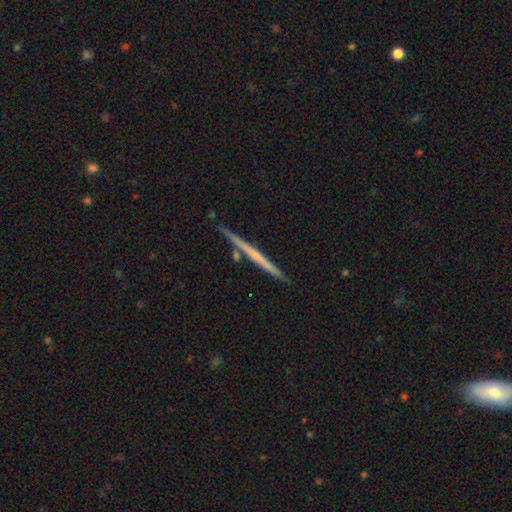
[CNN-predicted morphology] featured or disk 59%, smooth 36%, star or artifact 6%. Down the decision tree: edge-on disk — yes (98%); edge-on bulge — none (86%); merging — none (88%).